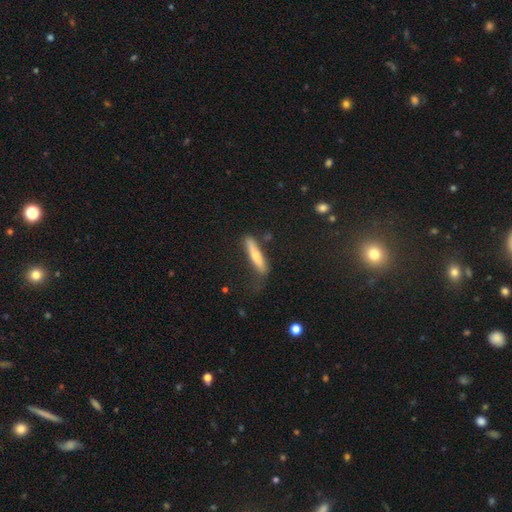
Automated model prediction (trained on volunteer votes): smooth 56%, featured or disk 38%, star or artifact 6%. Down the decision tree: how rounded — cigar-shaped (87%); merging — none (67%).